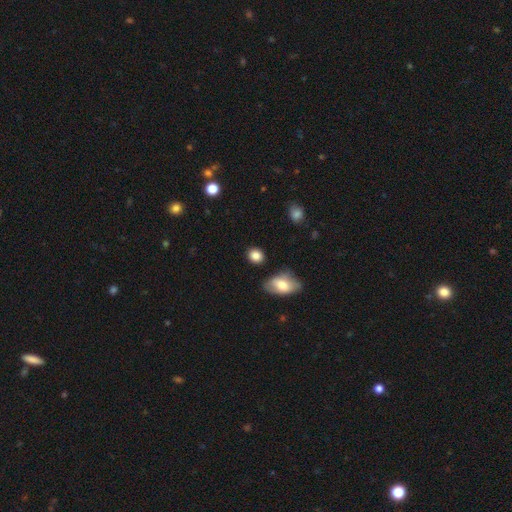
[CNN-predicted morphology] type=smooth (85%); roundness=round (66%); merging=none (85%).